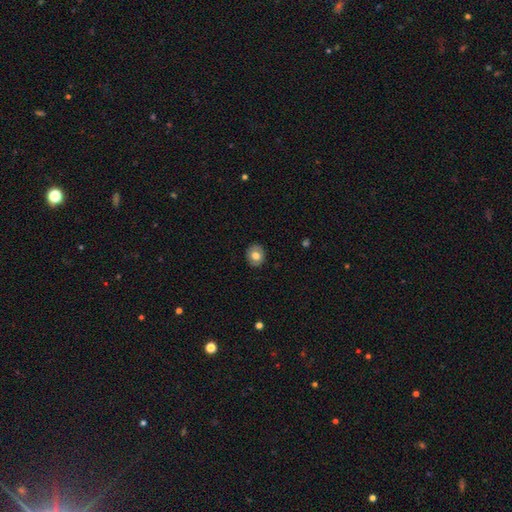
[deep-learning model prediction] Smooth or featured?
  - smooth: 72% *
  - featured or disk: 20%
  - star or artifact: 8%
How rounded?
  - round: 72% *
  - in between: 27%
  - cigar-shaped: 1%
Merging?
  - none: 88% *
  - minor disturbance: 9%
  - major disturbance: 2%
  - merger: 1%